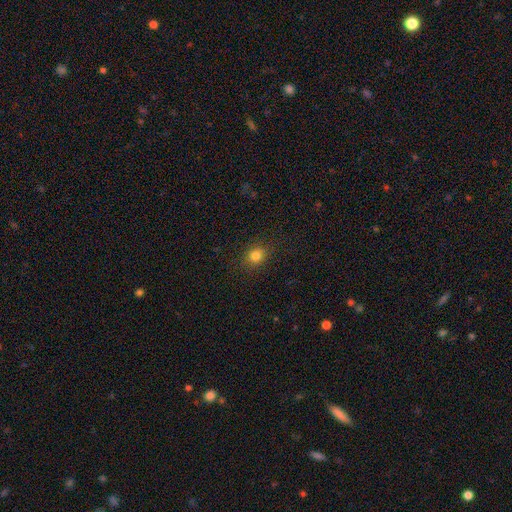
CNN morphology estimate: Smooth or featured: smooth — 81% (star or artifact — 13%)
How rounded: round — 73% (in between — 26%)
Merging: none — 88% (minor disturbance — 8%)